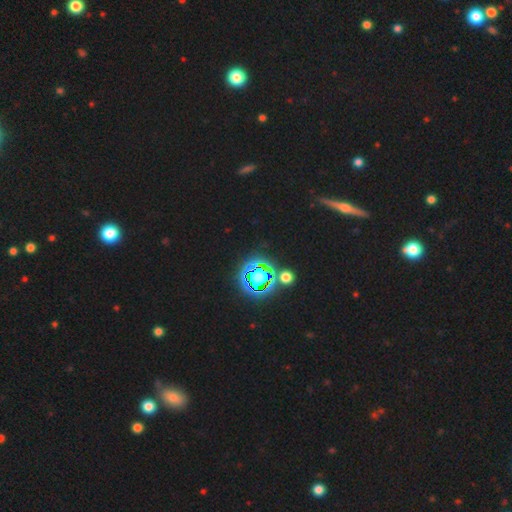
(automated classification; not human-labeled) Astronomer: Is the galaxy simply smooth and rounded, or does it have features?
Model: star or artifact — 63%.